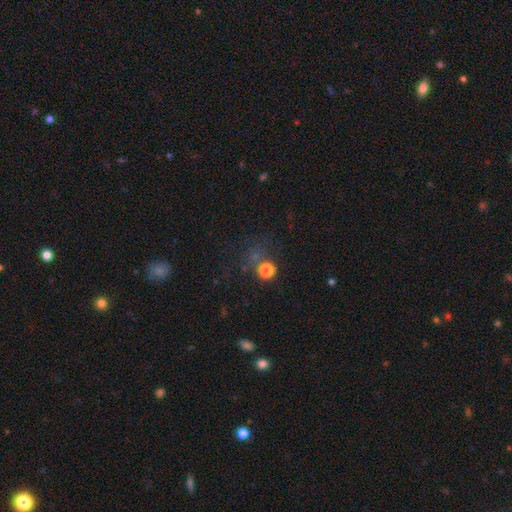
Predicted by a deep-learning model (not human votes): Smooth or featured: star or artifact — 47% (smooth — 43%)